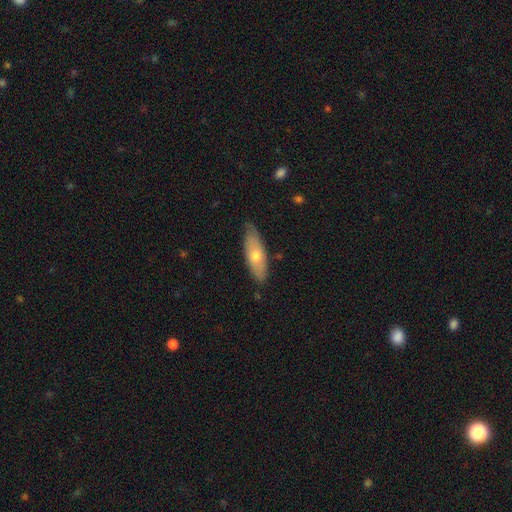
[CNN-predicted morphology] Smooth or featured? smooth (57%)
How rounded? in between (60%)
Merging? none (76%)